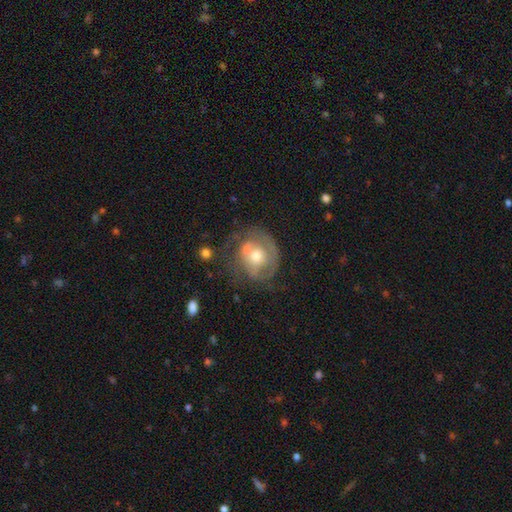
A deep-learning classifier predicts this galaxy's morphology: Q: Smooth or featured?
A: featured or disk (63%); runner-up: smooth (29%)
Q: Edge-on disk?
A: no (97%); runner-up: yes (3%)
Q: Bar?
A: no (79%); runner-up: weak (17%)
Q: Spiral arms?
A: yes (61%); runner-up: no (39%)
Q: Bulge size?
A: moderate (66%); runner-up: small (25%)
Q: Merging?
A: none (49%); runner-up: minor disturbance (23%)